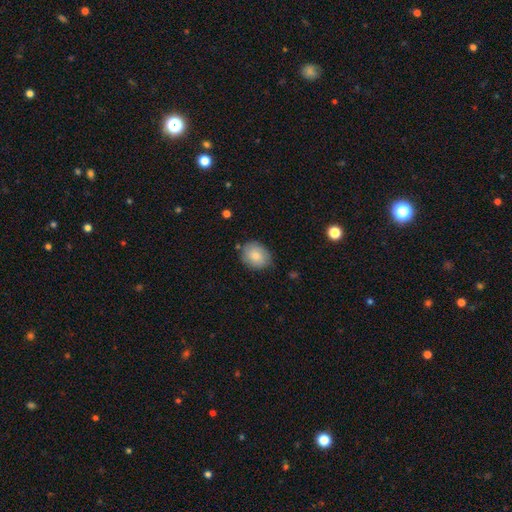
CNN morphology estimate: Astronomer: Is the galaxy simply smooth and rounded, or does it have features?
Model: smooth — 80%.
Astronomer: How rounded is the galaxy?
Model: round — 52% (runner-up: in between, 47%).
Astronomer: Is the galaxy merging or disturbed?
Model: none — 76%.